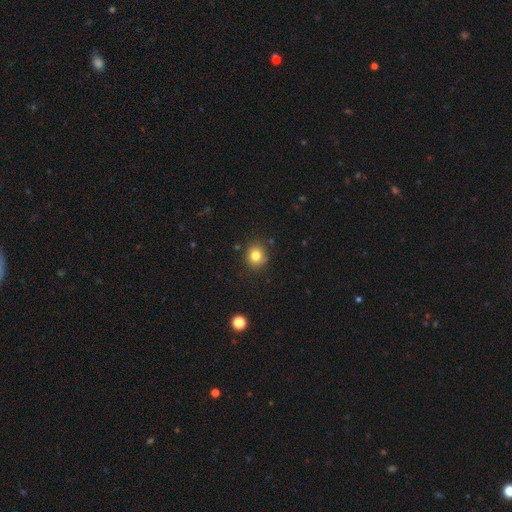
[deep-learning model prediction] Morphology: type=smooth (80%); roundness=round (83%); merging=none (82%).